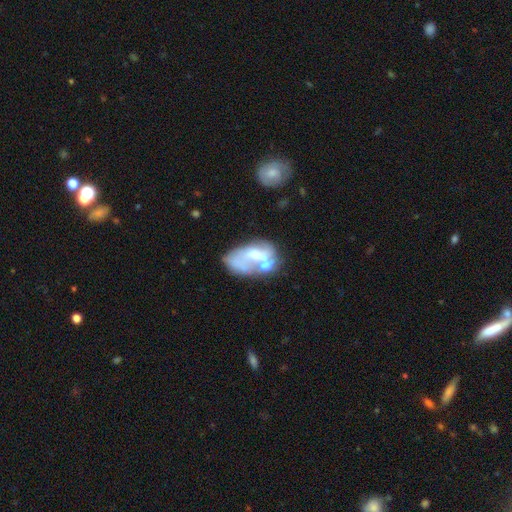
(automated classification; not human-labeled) A featured or disk galaxy (56%) with no bar (76%), no spiral arms (79%) and a moderate central bulge (44%).

Vote fractions:
- Smooth or featured? featured or disk: 56% / smooth: 35% / star or artifact: 10%
- Edge-on disk? no: 96% / yes: 4%
- Bar? no: 76% / weak: 18% / strong: 6%
- Spiral arms? no: 79% / yes: 21%
- Bulge size? moderate: 44% / small: 30% / none: 18% / large: 6% / dominant: 2%
- Merging? merger: 36% / none: 24% / major disturbance: 23% / minor disturbance: 17%